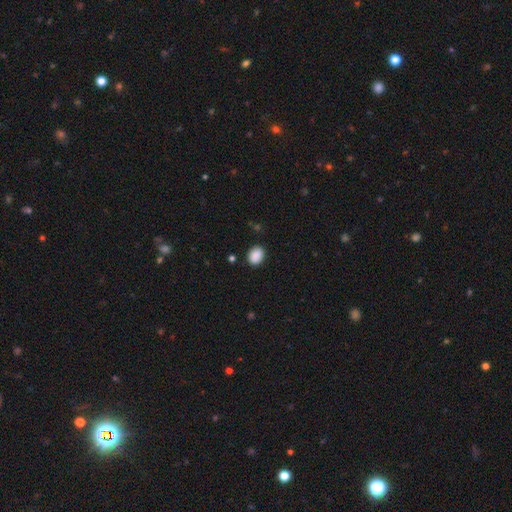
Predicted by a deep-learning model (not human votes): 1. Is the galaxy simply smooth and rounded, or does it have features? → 89% smooth, 8% star or artifact, 3% featured or disk.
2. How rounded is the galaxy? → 65% in between, 34% round, 1% cigar-shaped.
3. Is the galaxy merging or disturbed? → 86% none, 10% minor disturbance, 2% major disturbance, 2% merger.